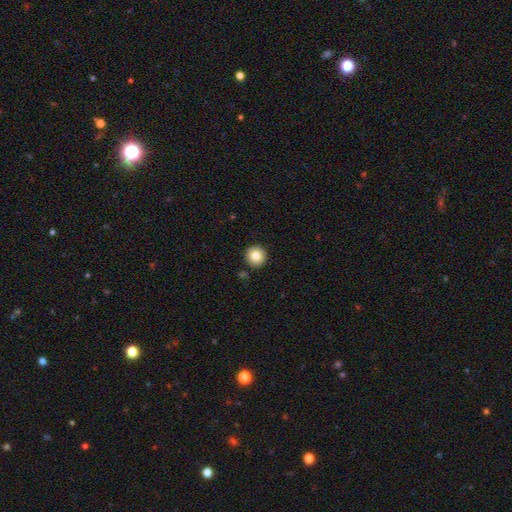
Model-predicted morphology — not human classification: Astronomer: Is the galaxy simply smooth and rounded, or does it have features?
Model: smooth — 81%.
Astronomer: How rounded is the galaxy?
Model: round — 95%.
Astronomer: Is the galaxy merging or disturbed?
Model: none — 91%.